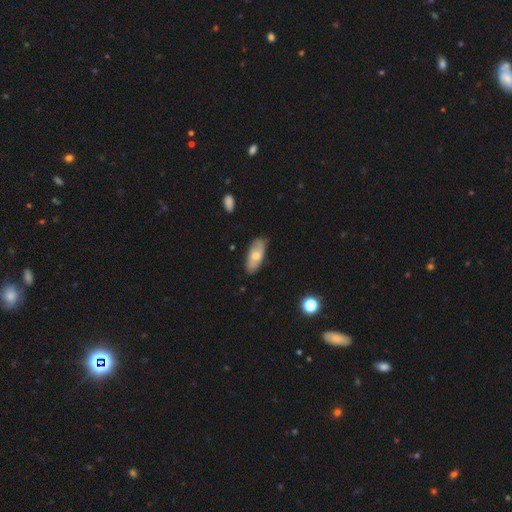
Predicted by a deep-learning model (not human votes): smooth-or-featured: smooth: 53% | featured or disk: 41% | star or artifact: 6%
  how-rounded: in between: 86% | cigar-shaped: 11% | round: 3%
  merging: none: 83% | minor disturbance: 14% | major disturbance: 2% | merger: 1%